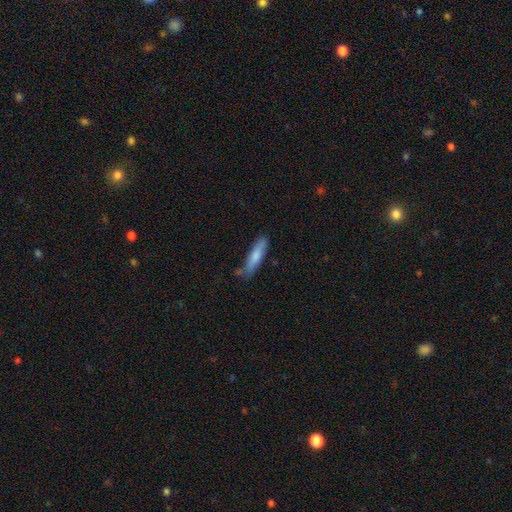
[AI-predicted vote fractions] smooth_or_featured: smooth (p=0.76) [alt: featured or disk p=0.19]
how_rounded: cigar-shaped (p=0.74) [alt: in between p=0.24]
merging: none (p=0.71) [alt: minor disturbance p=0.20]